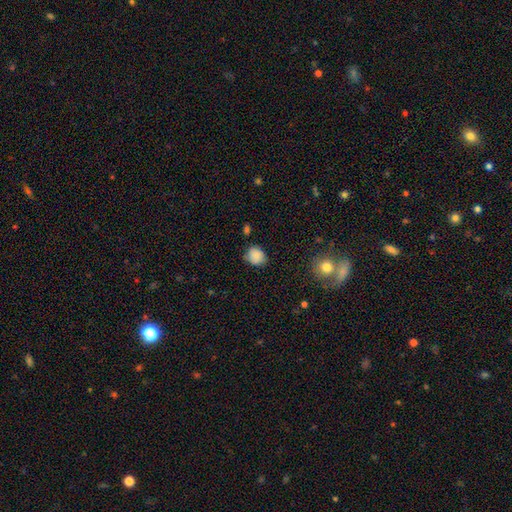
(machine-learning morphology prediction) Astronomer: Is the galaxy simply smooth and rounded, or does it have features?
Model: smooth — 85%.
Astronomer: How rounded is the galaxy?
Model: round — 69%.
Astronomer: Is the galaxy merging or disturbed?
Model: none — 72%.